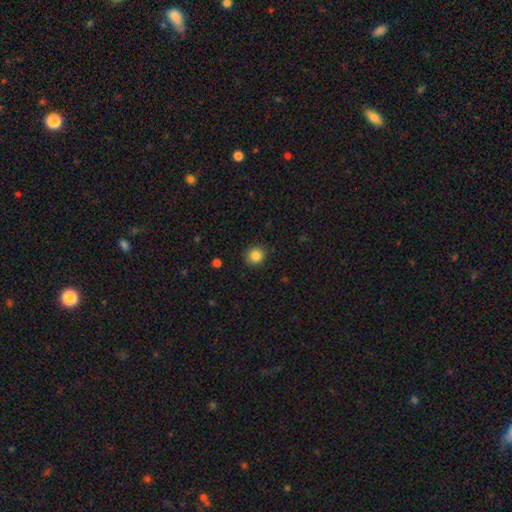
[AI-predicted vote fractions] smooth 84%, star or artifact 11%, featured or disk 5%. Down the decision tree: how rounded — round (87%); merging — none (91%).